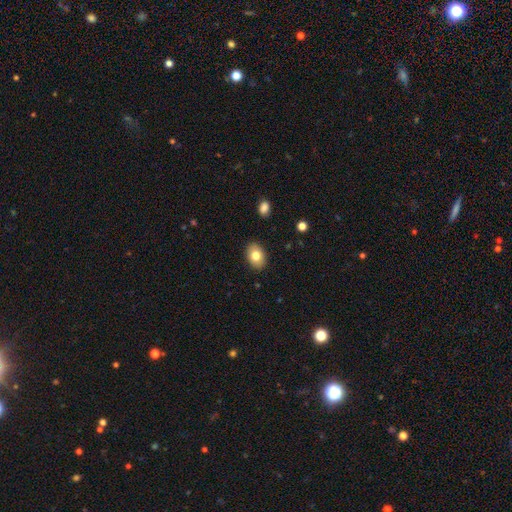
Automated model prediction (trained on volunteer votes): Smooth or featured: smooth — 80% (featured or disk — 12%)
How rounded: in between — 79% (round — 20%)
Merging: none — 88% (minor disturbance — 9%)